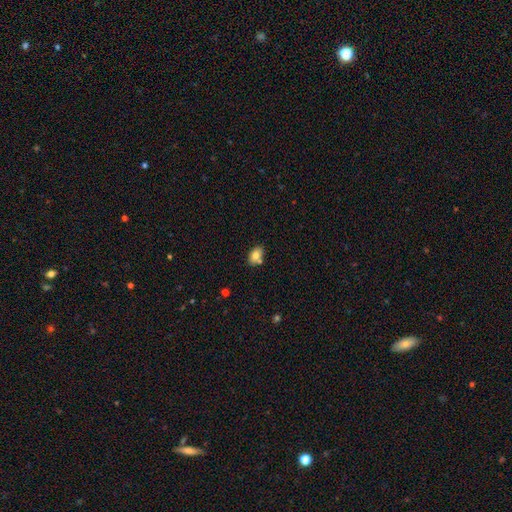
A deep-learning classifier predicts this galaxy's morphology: Smooth or featured?
  - smooth: 77% *
  - featured or disk: 14%
  - star or artifact: 9%
How rounded?
  - in between: 84% *
  - round: 14%
  - cigar-shaped: 2%
Merging?
  - none: 68% *
  - merger: 15%
  - minor disturbance: 14%
  - major disturbance: 3%